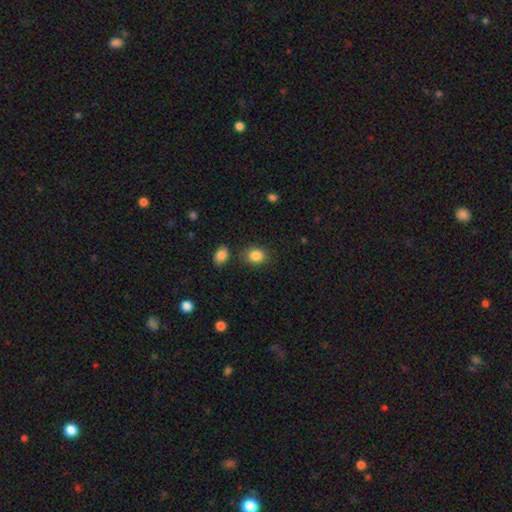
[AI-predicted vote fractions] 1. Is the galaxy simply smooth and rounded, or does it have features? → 86% smooth, 10% star or artifact, 5% featured or disk.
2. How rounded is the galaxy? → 56% round, 43% in between, 1% cigar-shaped.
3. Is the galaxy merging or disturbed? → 82% none, 11% minor disturbance, 5% merger, 3% major disturbance.